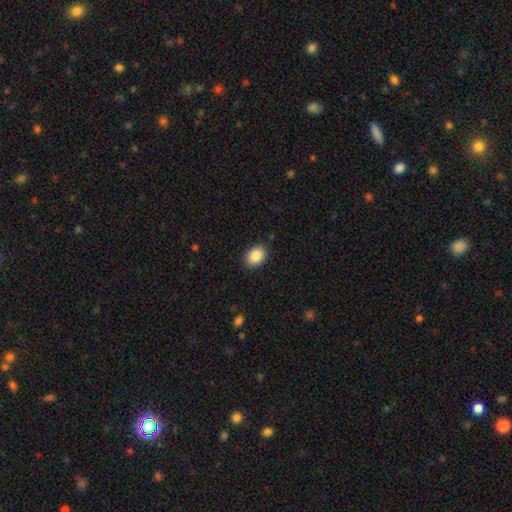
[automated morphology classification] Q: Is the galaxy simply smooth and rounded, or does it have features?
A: smooth — 87%.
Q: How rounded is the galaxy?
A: in between — 71%.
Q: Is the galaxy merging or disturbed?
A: none — 88%.